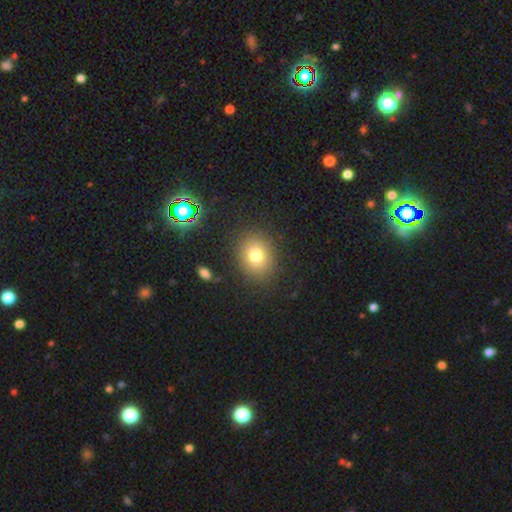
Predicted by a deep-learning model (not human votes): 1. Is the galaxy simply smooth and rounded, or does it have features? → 76% smooth, 13% star or artifact, 10% featured or disk.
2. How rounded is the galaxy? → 64% round, 35% in between, 1% cigar-shaped.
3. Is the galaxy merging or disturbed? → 85% none, 9% minor disturbance, 4% major disturbance, 2% merger.